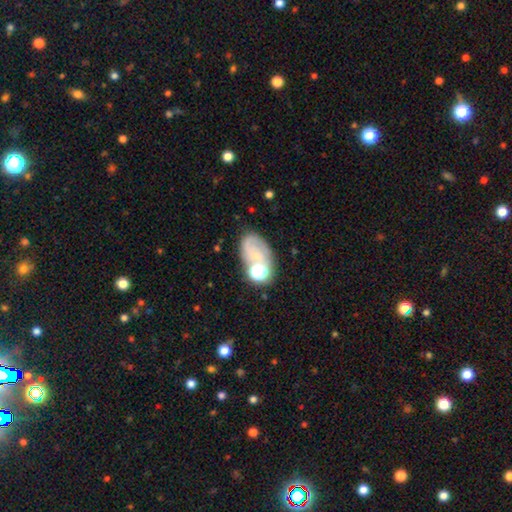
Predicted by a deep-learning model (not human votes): Smooth or featured: smooth — 43% (featured or disk — 41%)
Merging: none — 48% (minor disturbance — 21%)